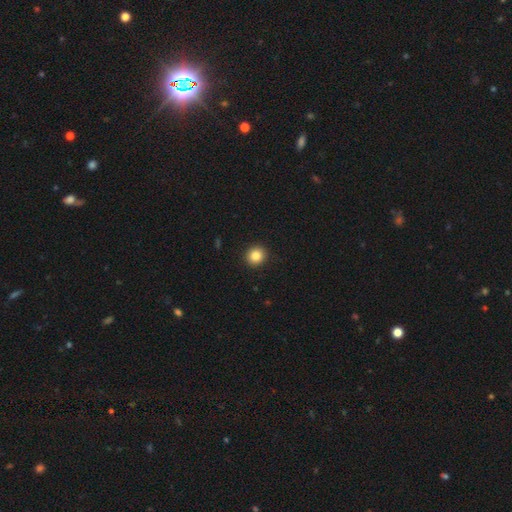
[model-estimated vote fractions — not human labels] Smooth or featured?
  - smooth: 85% *
  - star or artifact: 10%
  - featured or disk: 5%
How rounded?
  - round: 90% *
  - in between: 9%
  - cigar-shaped: 1%
Merging?
  - none: 92% *
  - minor disturbance: 5%
  - major disturbance: 2%
  - merger: 1%